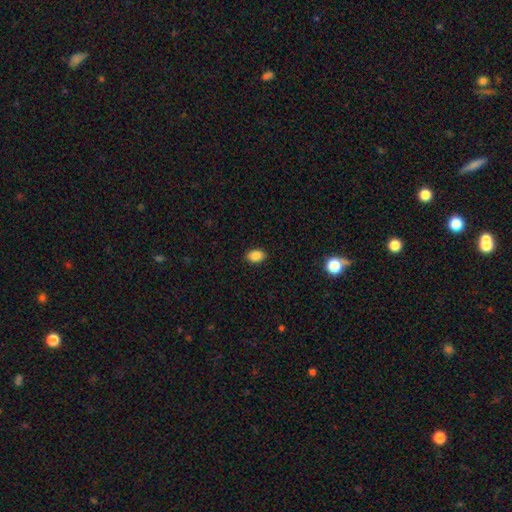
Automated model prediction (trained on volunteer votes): smooth 88%, star or artifact 9%, featured or disk 4%. Down the decision tree: how rounded — in between (82%); merging — none (89%).